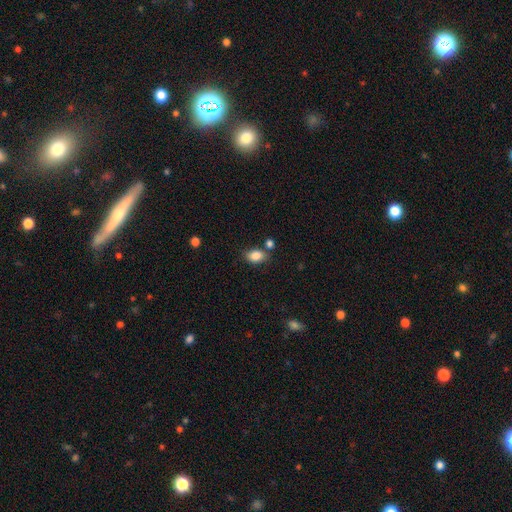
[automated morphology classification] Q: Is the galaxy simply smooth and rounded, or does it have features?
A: smooth — 85%.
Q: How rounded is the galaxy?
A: in between — 80%.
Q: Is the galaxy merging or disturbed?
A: none — 70%.